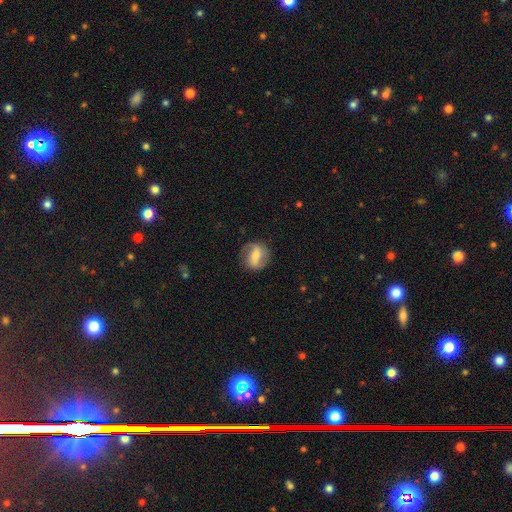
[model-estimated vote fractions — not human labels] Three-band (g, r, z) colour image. It shows a featured or disk galaxy (54%) with a strong bar (42%), spiral arms (80%) and a moderate central bulge (39%). Merging: none (78%).